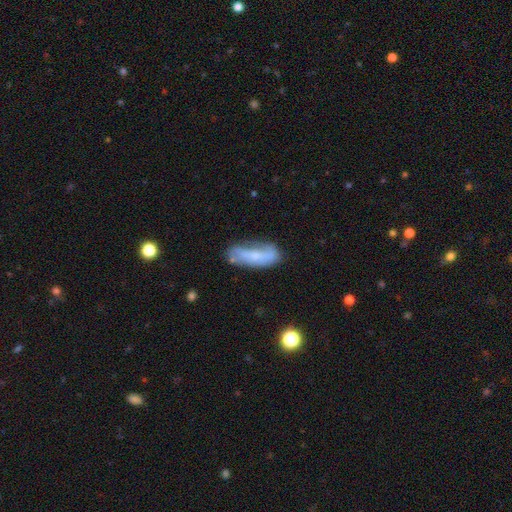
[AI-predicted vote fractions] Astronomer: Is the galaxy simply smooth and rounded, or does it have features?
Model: smooth — 51% (runner-up: featured or disk, 41%).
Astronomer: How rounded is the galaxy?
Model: in between — 60% (runner-up: cigar-shaped, 38%).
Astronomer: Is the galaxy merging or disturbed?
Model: none — 55%.